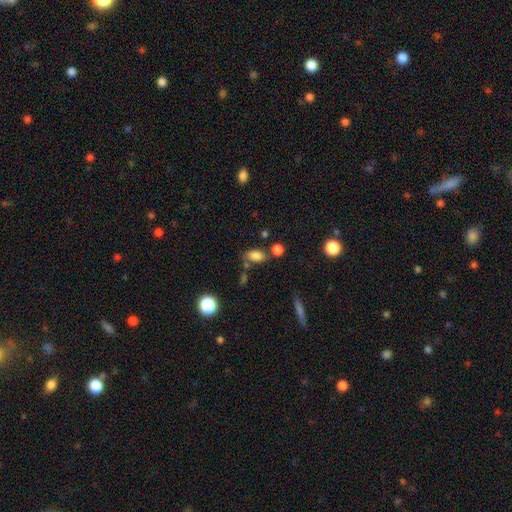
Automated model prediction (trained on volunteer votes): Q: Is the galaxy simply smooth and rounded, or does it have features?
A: smooth — 82%.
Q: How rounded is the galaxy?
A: in between — 87%.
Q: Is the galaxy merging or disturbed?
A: none — 61%.